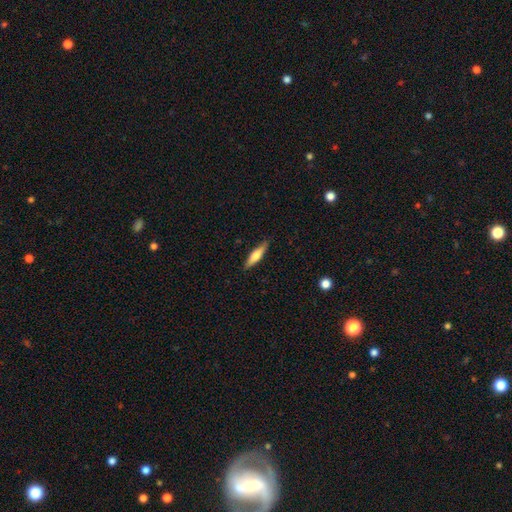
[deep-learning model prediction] This is possibly a smooth galaxy (58%). How rounded: likely cigar-shaped (78%). Merging: clearly none (88%).